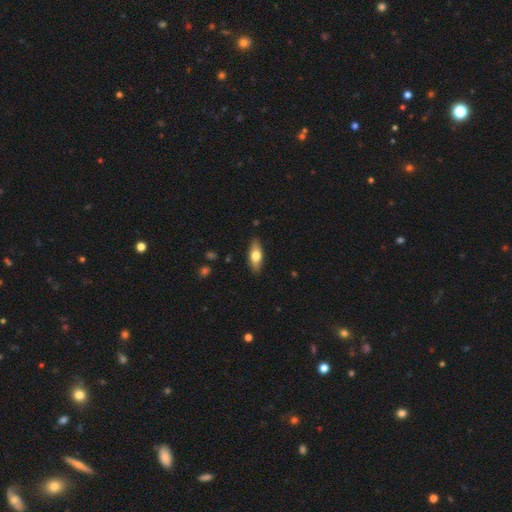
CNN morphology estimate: smooth_or_featured: smooth (p=0.66) [alt: featured or disk p=0.28]
how_rounded: in between (p=0.74) [alt: cigar-shaped p=0.23]
merging: none (p=0.87) [alt: minor disturbance p=0.10]